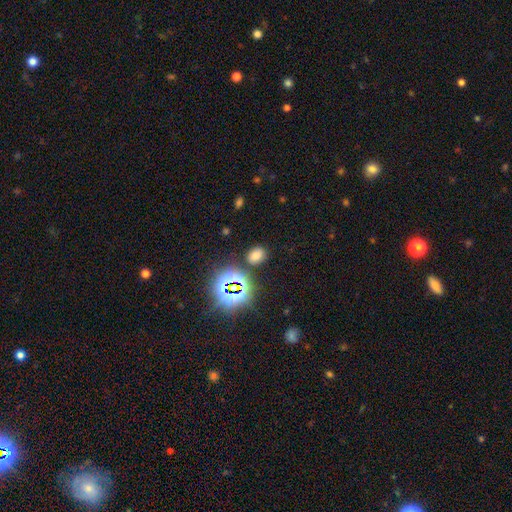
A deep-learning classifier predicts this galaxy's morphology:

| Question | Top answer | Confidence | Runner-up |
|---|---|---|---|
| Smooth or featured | smooth | 66% | star or artifact (27%) |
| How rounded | in between | 60% | round (39%) |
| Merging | none | 82% | minor disturbance (10%) |